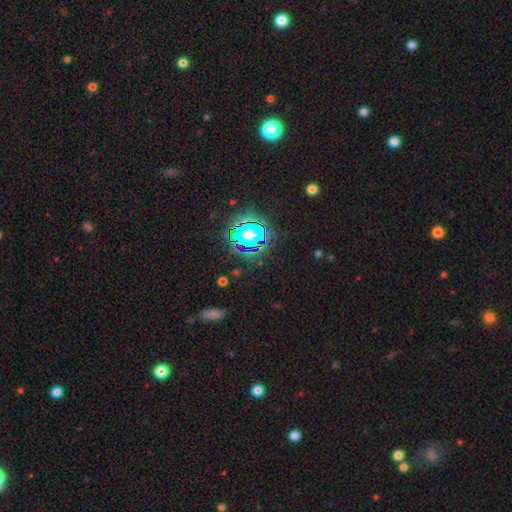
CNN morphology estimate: A star or artifact, not a galaxy (82%).

Vote fractions:
- Smooth or featured? star or artifact: 82% / smooth: 11% / featured or disk: 7%